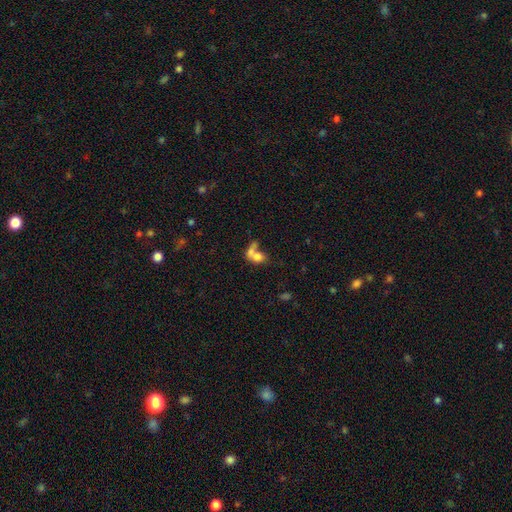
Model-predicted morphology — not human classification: Smooth or featured? Predicted: smooth (p=0.68). How rounded? Predicted: in between (p=0.65). Merging? Predicted: merger (p=0.63).